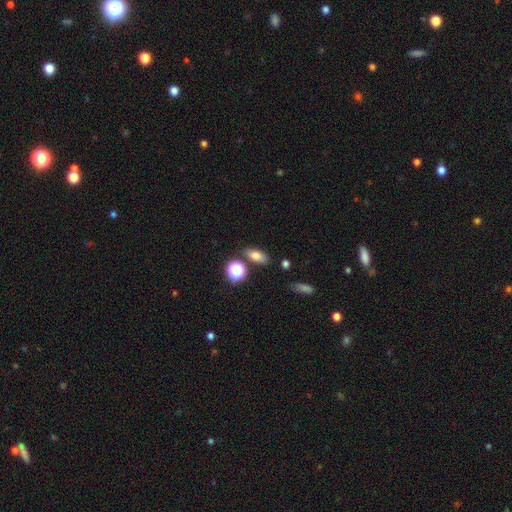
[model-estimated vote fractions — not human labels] Smooth or featured? Predicted: smooth (p=0.74). How rounded? Predicted: in between (p=0.75). Merging? Predicted: none (p=0.78).